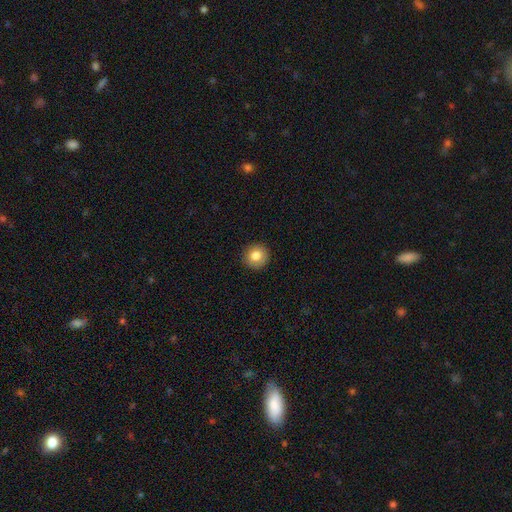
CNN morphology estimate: smooth 81%, featured or disk 10%, star or artifact 9%. Down the decision tree: how rounded — round (94%); merging — none (92%).